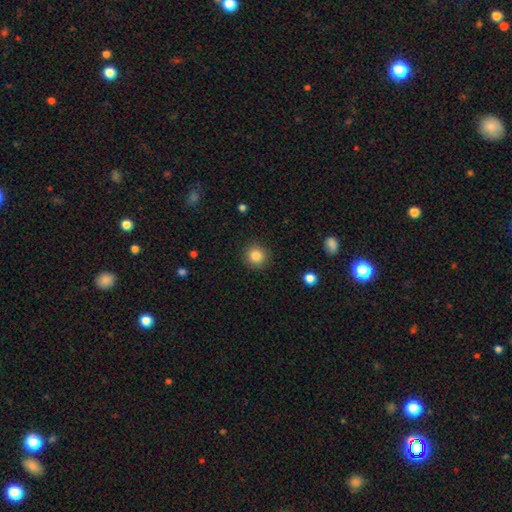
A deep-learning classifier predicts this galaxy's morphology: type=smooth (85%); roundness=round (93%); merging=none (91%).